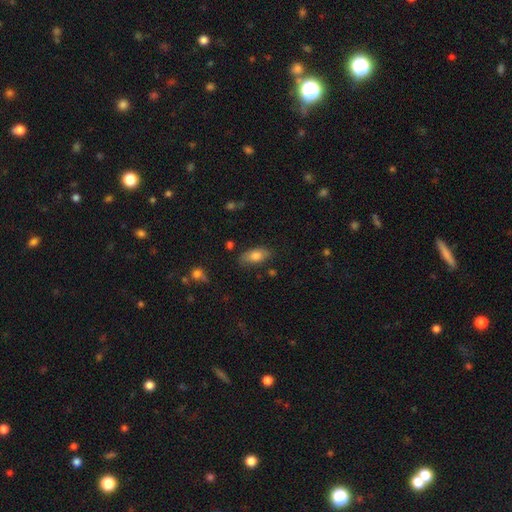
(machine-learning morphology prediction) Overall: smooth (78%). How rounded: in between (88%). Merging: none (78%).